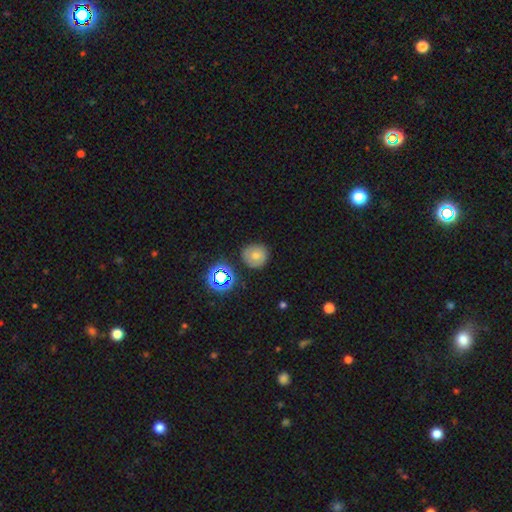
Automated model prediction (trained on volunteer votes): This is likely a smooth galaxy (65%). How rounded: clearly round (89%). Merging: clearly none (80%).